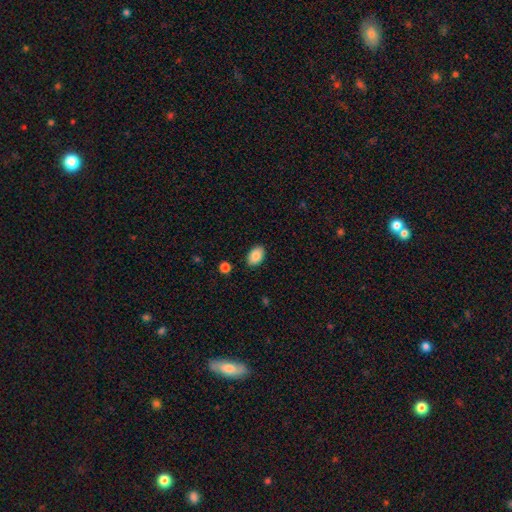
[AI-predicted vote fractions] Overall: smooth (87%). How rounded: in between (89%). Merging: none (87%).